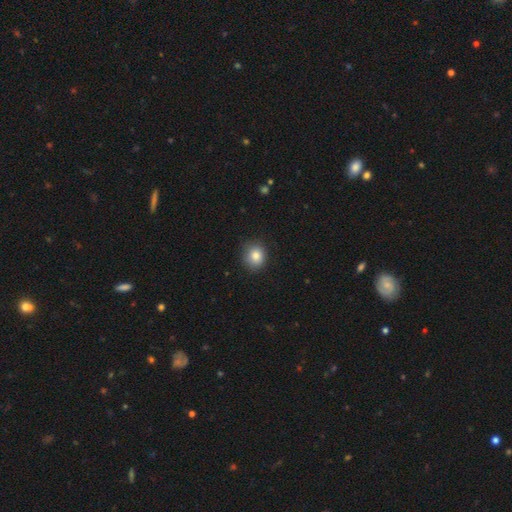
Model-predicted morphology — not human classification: Overall: smooth (84%). How rounded: round (76%). Merging: none (83%).